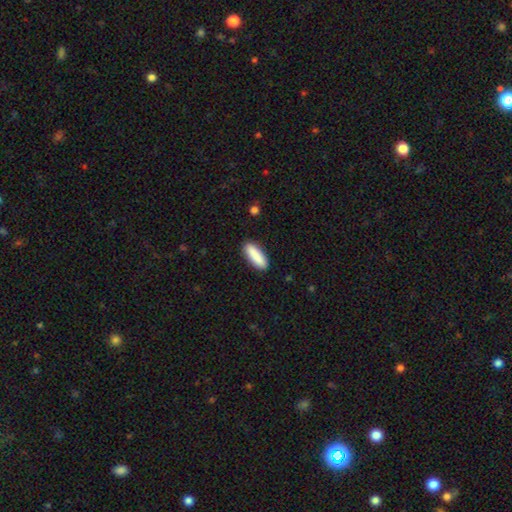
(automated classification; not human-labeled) This appears to be a smooth galaxy with no disk features (89%) that is in between round and cigar-shaped (52%). Merging: none (89%).